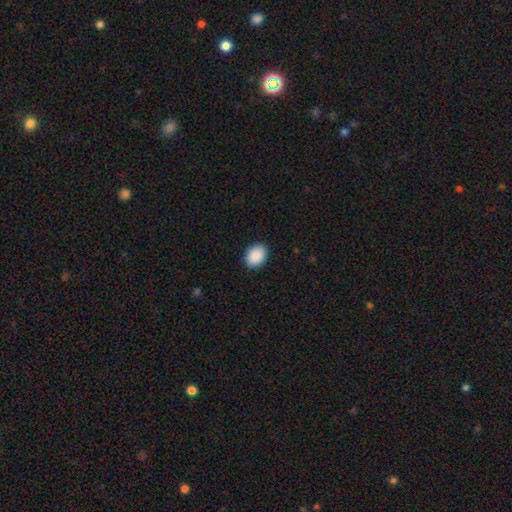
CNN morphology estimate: Smooth or featured?
  - smooth: 91% *
  - star or artifact: 7%
  - featured or disk: 2%
How rounded?
  - in between: 71% *
  - round: 28%
  - cigar-shaped: 1%
Merging?
  - none: 90% *
  - minor disturbance: 8%
  - major disturbance: 2%
  - merger: 1%